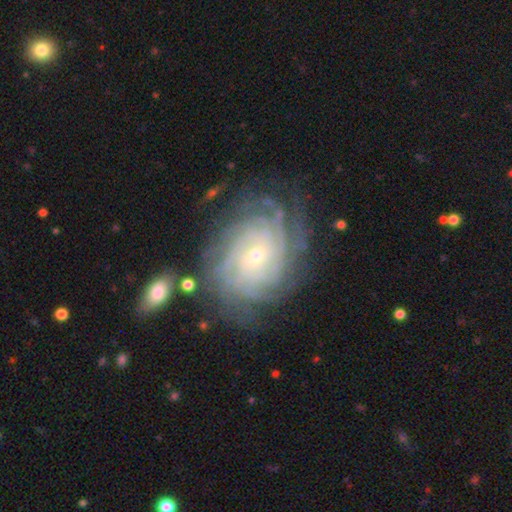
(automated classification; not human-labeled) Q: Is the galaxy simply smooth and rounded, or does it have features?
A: featured or disk — 86%.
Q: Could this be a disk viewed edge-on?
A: no — 97%.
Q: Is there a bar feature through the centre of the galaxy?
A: no — 77%.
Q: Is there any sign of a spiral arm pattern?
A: yes — 96%.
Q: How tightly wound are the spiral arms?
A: tight — 79%.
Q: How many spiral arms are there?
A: more than 4 — 32%.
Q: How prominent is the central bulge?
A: small — 79%.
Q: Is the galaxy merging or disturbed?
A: none — 74%.